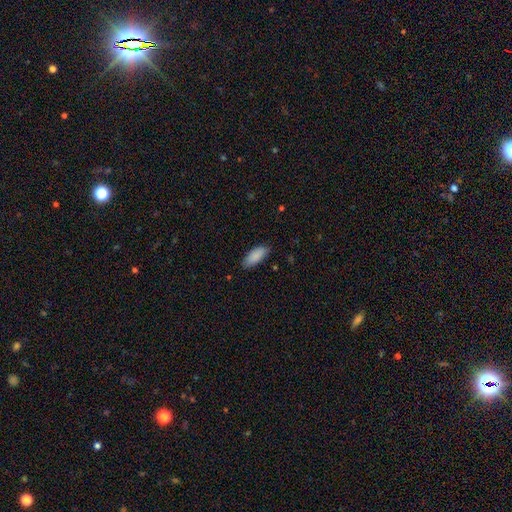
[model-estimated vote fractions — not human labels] Smooth or featured?
  - smooth: 89% *
  - star or artifact: 6%
  - featured or disk: 5%
How rounded?
  - in between: 82% *
  - cigar-shaped: 16%
  - round: 2%
Merging?
  - none: 81% *
  - minor disturbance: 16%
  - major disturbance: 3%
  - merger: 1%